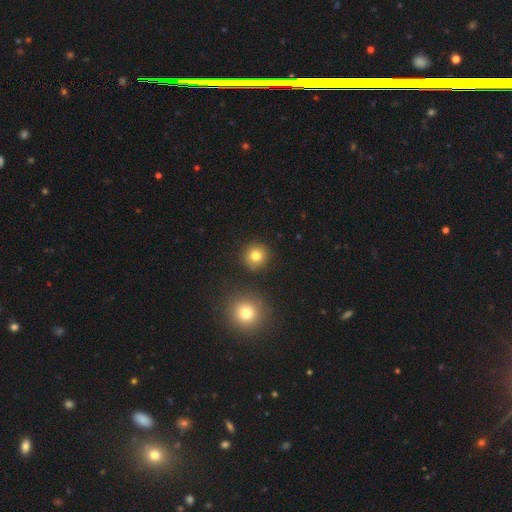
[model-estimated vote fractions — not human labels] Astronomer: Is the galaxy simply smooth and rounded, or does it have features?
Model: smooth — 80%.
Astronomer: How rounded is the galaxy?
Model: round — 93%.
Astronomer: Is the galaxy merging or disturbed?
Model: none — 88%.